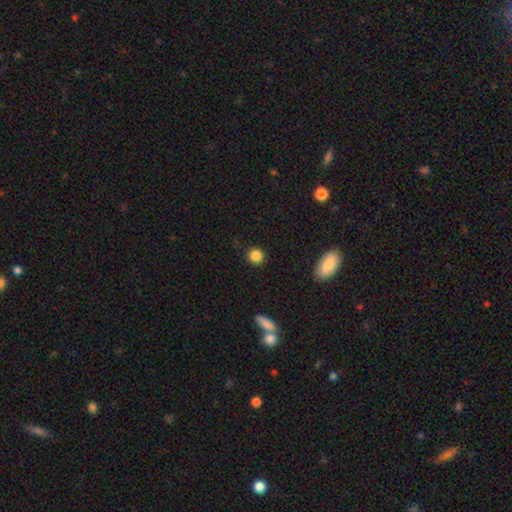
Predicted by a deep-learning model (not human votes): The model was most divided on "smooth or featured": smooth: 86%, star or artifact: 10%, featured or disk: 4%. More confident: how rounded — round (91%); merging — none (90%).